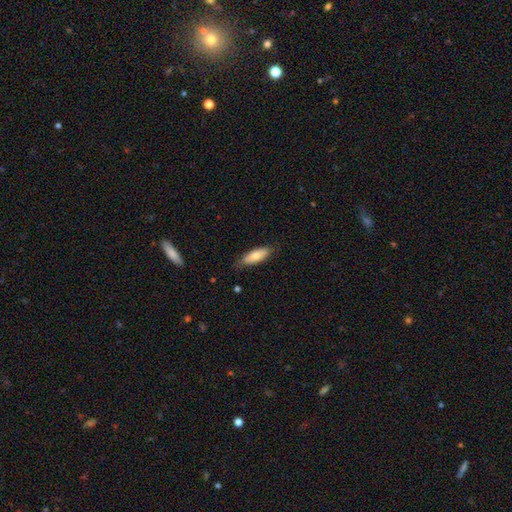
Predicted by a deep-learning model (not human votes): A smooth galaxy with no disk features (72%) that is in between round and cigar-shaped (66%).

Vote fractions:
- Smooth or featured? smooth: 72% / featured or disk: 22% / star or artifact: 6%
- How rounded? in between: 66% / cigar-shaped: 32% / round: 2%
- Merging? none: 79% / minor disturbance: 17% / major disturbance: 3% / merger: 1%